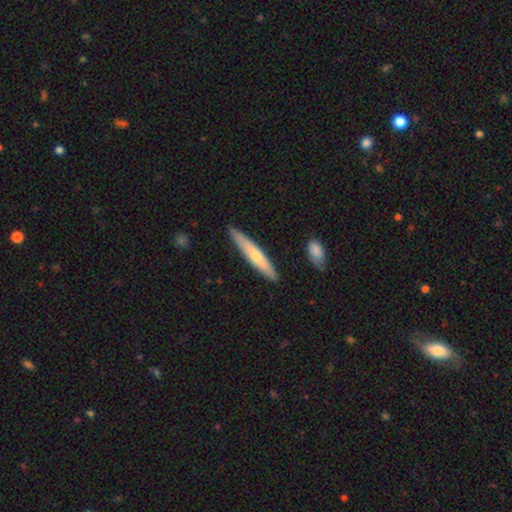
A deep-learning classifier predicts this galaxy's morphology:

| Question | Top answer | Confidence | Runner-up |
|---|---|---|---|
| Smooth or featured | smooth | 54% | featured or disk (40%) |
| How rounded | cigar-shaped | 92% | in between (7%) |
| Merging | none | 88% | minor disturbance (9%) |